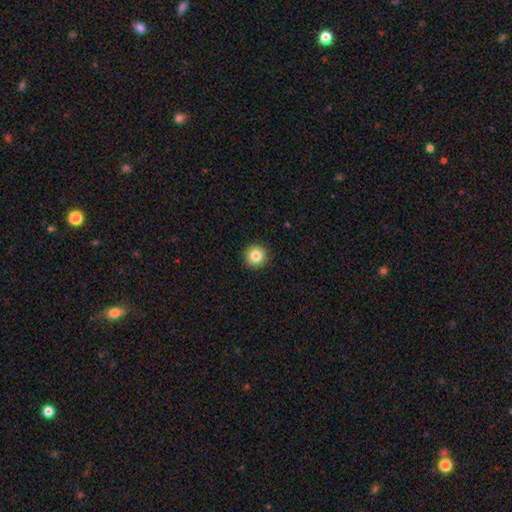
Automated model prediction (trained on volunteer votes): Smooth or featured? Predicted: smooth (p=0.83). How rounded? Predicted: round (p=0.96). Merging? Predicted: none (p=0.93).